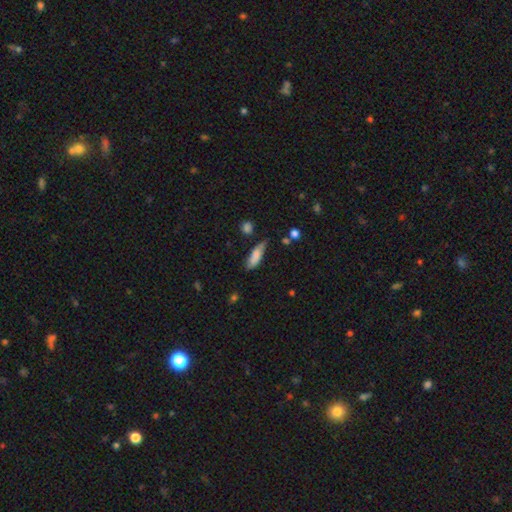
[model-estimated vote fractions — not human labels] Smooth or featured? smooth (74%)
How rounded? in between (57%)
Merging? none (52%)